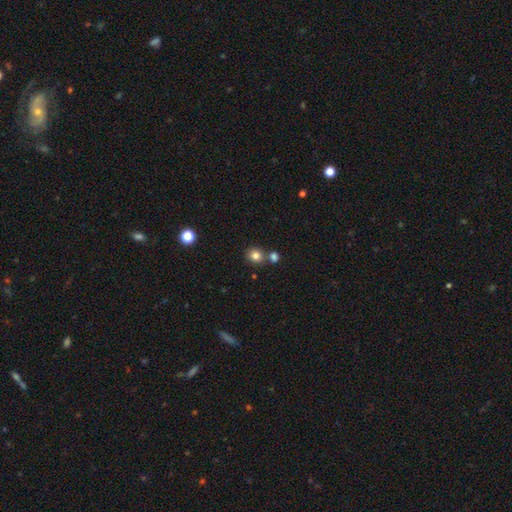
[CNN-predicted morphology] This appears to be a smooth galaxy with no disk features (81%) that is round (82%). Merging: none (67%).